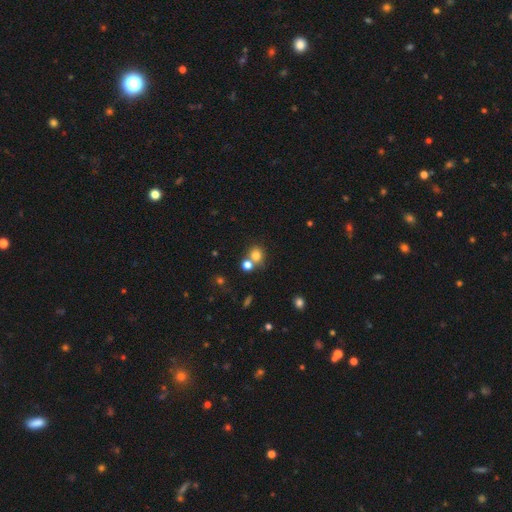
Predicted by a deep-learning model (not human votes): The model was most divided on "merging": none: 53%, merger: 35%, minor disturbance: 8%, major disturbance: 4%. More confident: how rounded — round (82%); smooth or featured — smooth (77%).